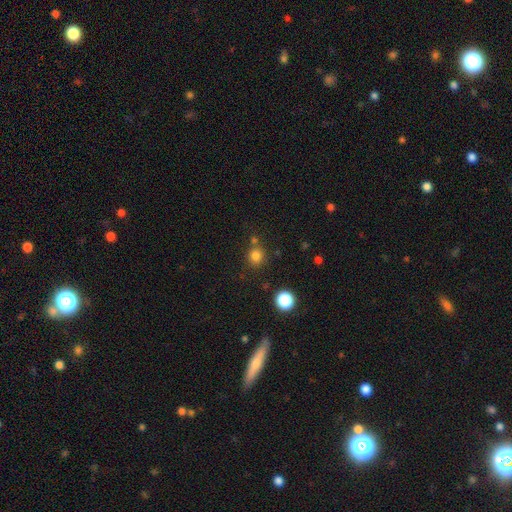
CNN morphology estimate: A smooth galaxy with no disk features (80%) that is round (85%).

Vote fractions:
- Smooth or featured? smooth: 80% / star or artifact: 15% / featured or disk: 5%
- How rounded? round: 85% / in between: 14% / cigar-shaped: 1%
- Merging? none: 74% / merger: 13% / minor disturbance: 10% / major disturbance: 3%